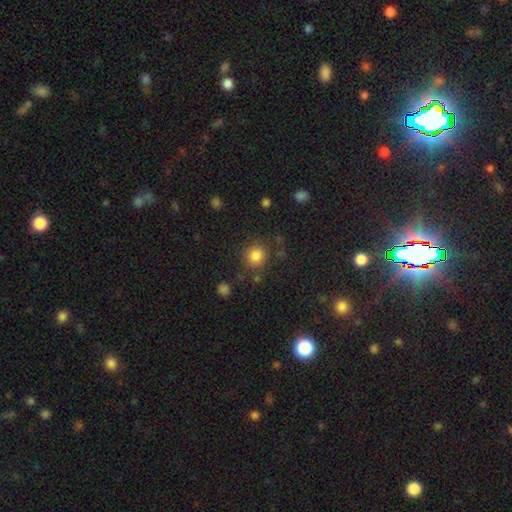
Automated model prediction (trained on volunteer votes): Overall: smooth (83%). How rounded: round (88%). Merging: none (82%).